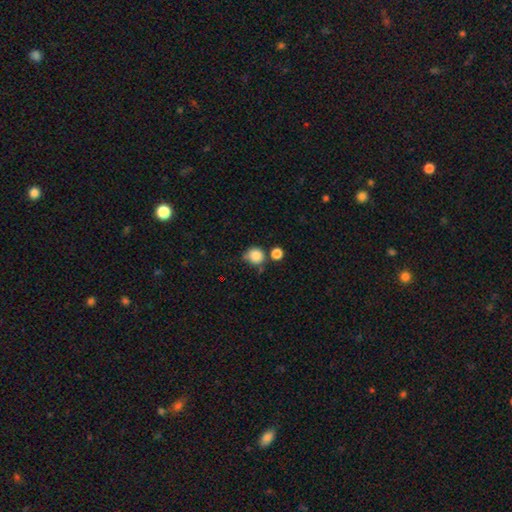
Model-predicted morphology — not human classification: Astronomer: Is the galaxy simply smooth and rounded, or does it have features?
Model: smooth — 85%.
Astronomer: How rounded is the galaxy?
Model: round — 88%.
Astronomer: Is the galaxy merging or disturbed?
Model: none — 60%.